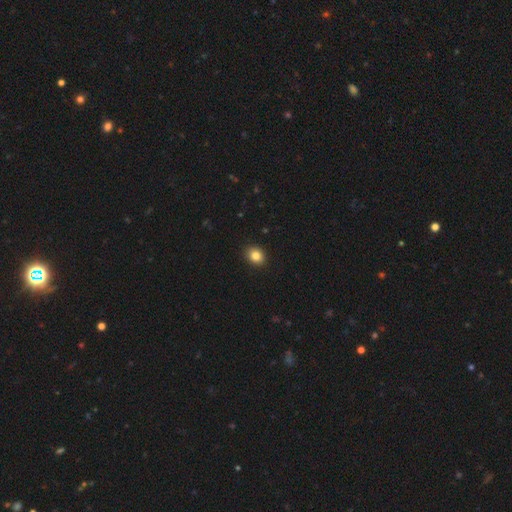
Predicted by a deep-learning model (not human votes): Smooth or featured?
  - smooth: 84% *
  - star or artifact: 10%
  - featured or disk: 5%
How rounded?
  - round: 61% *
  - in between: 38%
  - cigar-shaped: 1%
Merging?
  - none: 92% *
  - minor disturbance: 6%
  - major disturbance: 2%
  - merger: 1%